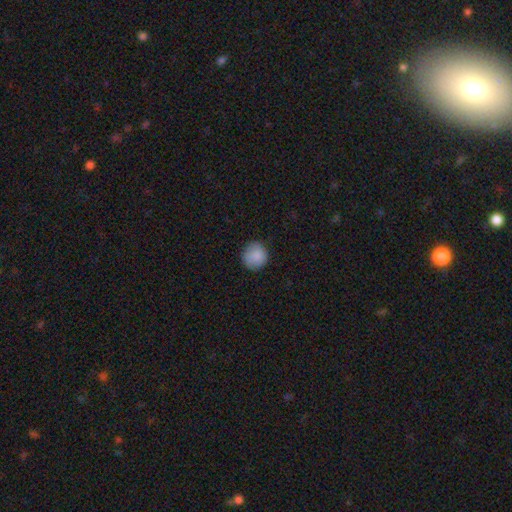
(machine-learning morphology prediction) This is clearly a smooth galaxy (88%). How rounded: clearly round (90%). Merging: clearly none (83%).